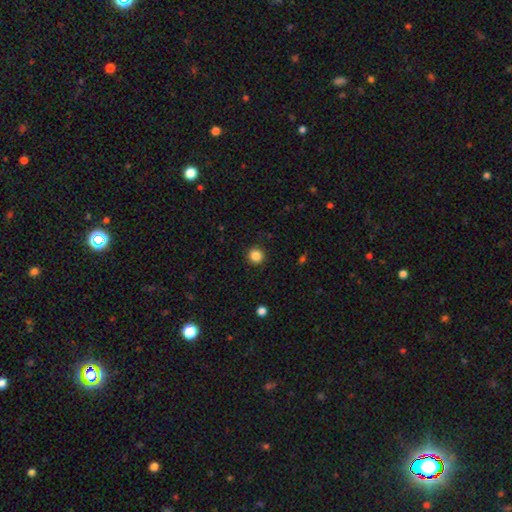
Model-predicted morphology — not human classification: A smooth galaxy with no disk features (85%) that is round (94%). Merging: none (92%).